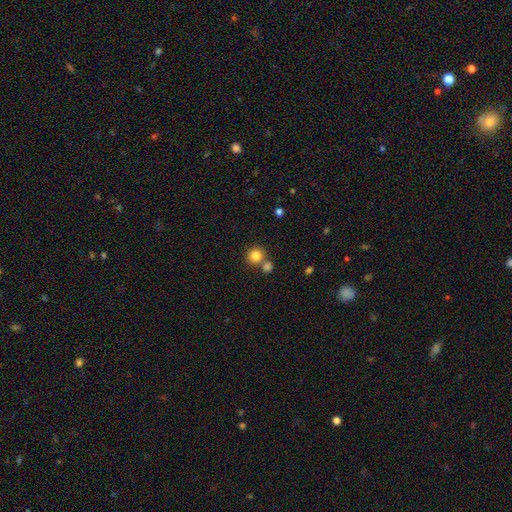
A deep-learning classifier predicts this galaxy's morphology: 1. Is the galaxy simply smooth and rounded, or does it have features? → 83% smooth, 11% star or artifact, 6% featured or disk.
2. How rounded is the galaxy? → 90% round, 9% in between, 1% cigar-shaped.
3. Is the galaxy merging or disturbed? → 61% none, 28% merger, 8% minor disturbance, 3% major disturbance.